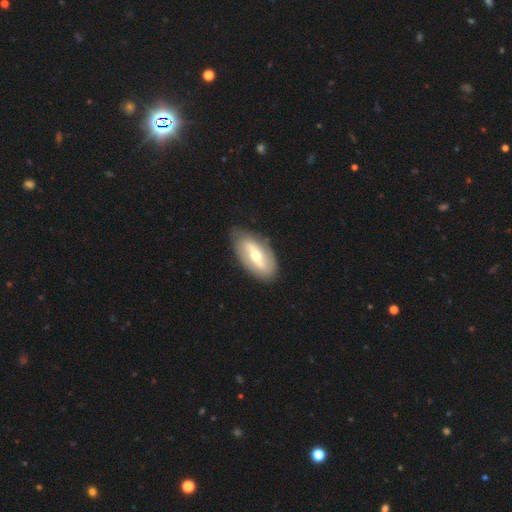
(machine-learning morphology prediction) Smooth or featured?
  - featured or disk: 65% *
  - smooth: 30%
  - star or artifact: 5%
Edge-on disk?
  - no: 85% *
  - yes: 15%
Bar?
  - strong: 50% *
  - weak: 32%
  - no: 17%
Spiral arms?
  - yes: 57% *
  - no: 43%
Bulge size?
  - moderate: 67% *
  - small: 26%
  - large: 5%
  - dominant: 1%
  - none: 1%
Merging?
  - none: 81% *
  - minor disturbance: 14%
  - major disturbance: 4%
  - merger: 1%